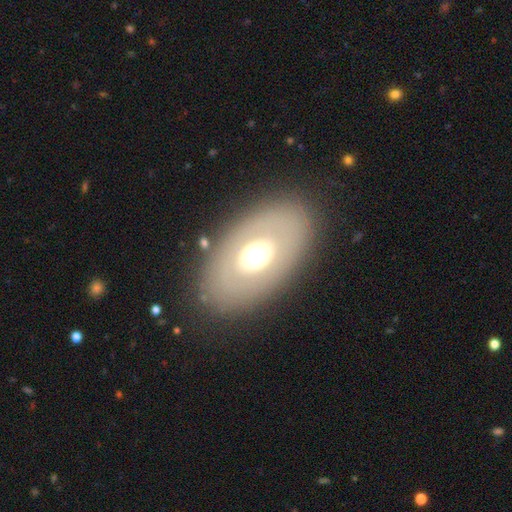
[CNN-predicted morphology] The model was most divided on "smooth or featured": smooth: 51%, featured or disk: 41%, star or artifact: 8%. More confident: how rounded — in between (86%); merging — none (84%).